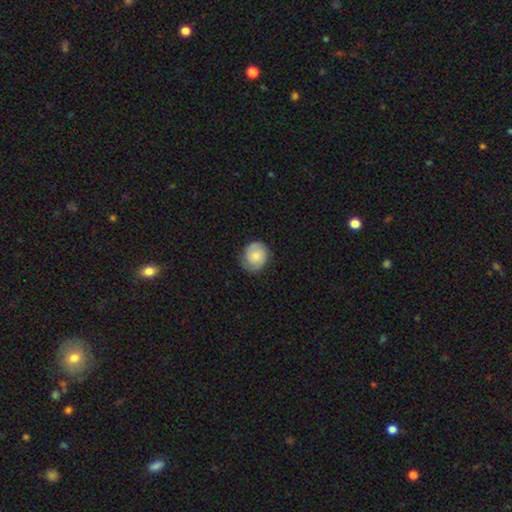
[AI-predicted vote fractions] Morphology: type=smooth (64%); roundness=round (71%); merging=none (76%).